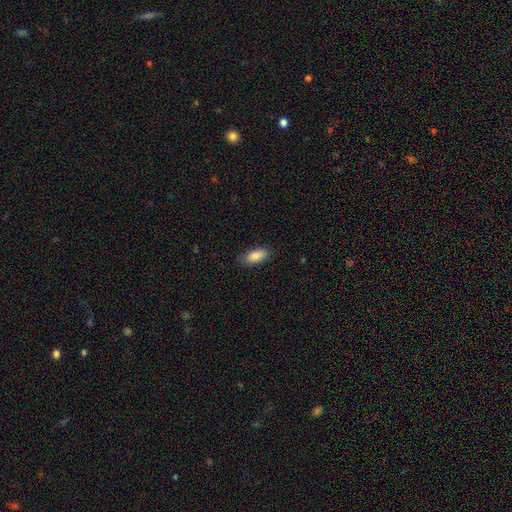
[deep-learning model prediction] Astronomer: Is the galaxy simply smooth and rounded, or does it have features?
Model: smooth — 88%.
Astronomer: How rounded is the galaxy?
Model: in between — 87%.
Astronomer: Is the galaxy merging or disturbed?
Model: none — 83%.